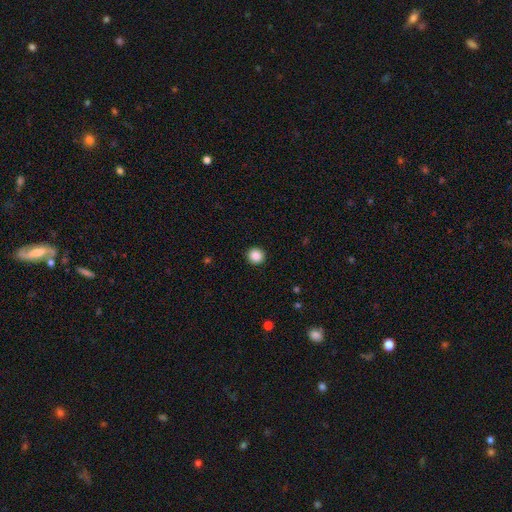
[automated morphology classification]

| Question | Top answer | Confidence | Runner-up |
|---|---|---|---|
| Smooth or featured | smooth | 87% | star or artifact (9%) |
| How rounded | round | 94% | in between (5%) |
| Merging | none | 93% | minor disturbance (4%) |